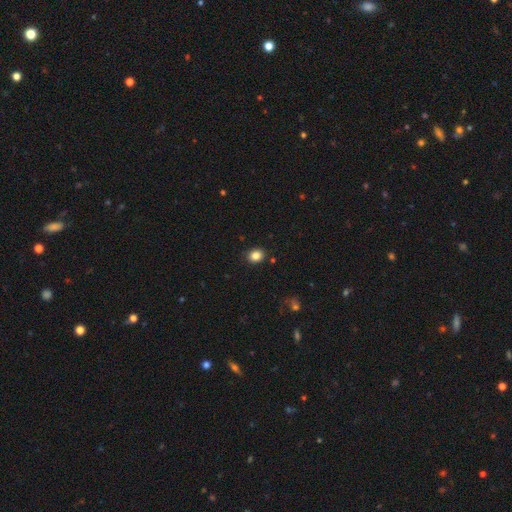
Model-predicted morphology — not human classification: smooth 84%, star or artifact 11%, featured or disk 5%. Down the decision tree: how rounded — round (61%); merging — none (89%).